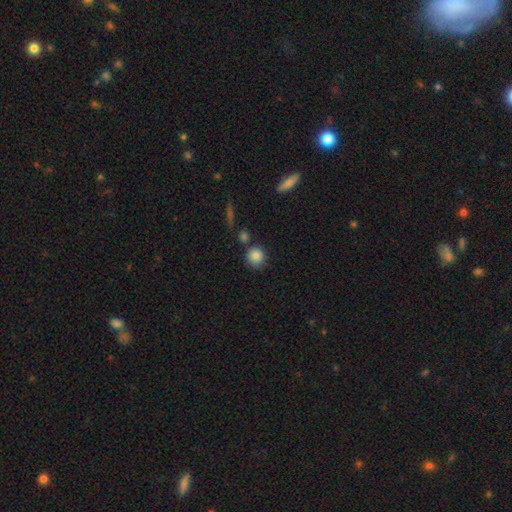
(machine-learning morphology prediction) The model was most divided on "merging": none: 76%, merger: 11%, minor disturbance: 10%, major disturbance: 3%. More confident: how rounded — round (91%); smooth or featured — smooth (83%).